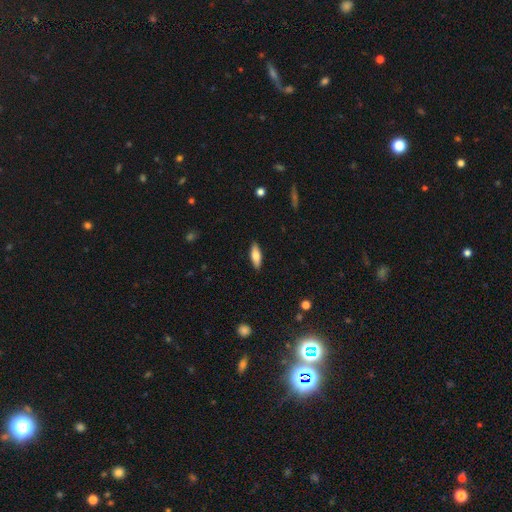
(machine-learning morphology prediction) Smooth or featured? Predicted: smooth (p=0.72). How rounded? Predicted: in between (p=0.62). Merging? Predicted: none (p=0.89).